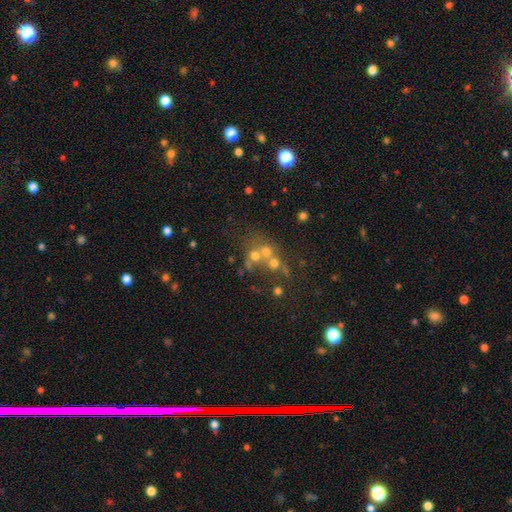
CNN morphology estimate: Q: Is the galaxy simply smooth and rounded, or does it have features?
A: smooth — 45%.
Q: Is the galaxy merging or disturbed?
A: merger — 50%.